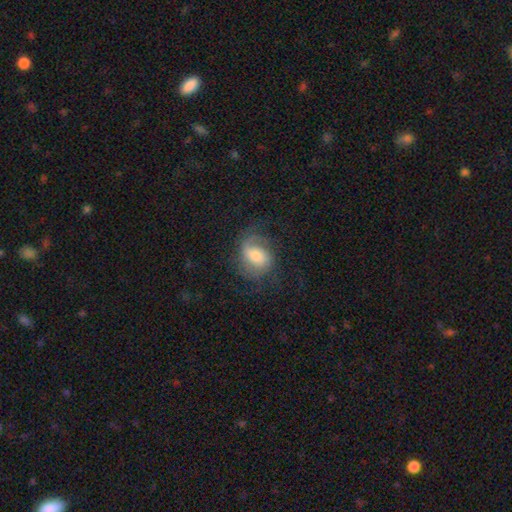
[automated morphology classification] A featured or disk galaxy (61%) with a weak bar (46%), 2 (52%) medium (43%) spiral arms (90%) and a moderate central bulge (52%).

Vote fractions:
- Smooth or featured? featured or disk: 61% / smooth: 30% / star or artifact: 8%
- Edge-on disk? no: 97% / yes: 3%
- Bar? weak: 46% / no: 38% / strong: 16%
- Spiral arms? yes: 90% / no: 10%
- Spiral winding? medium: 43% / loose: 34% / tight: 22%
- Spiral arm count? 2: 52% / 1: 27% / can't tell: 12% / 3: 5% / 4: 2% / more than 4: 2%
- Bulge size? moderate: 52% / small: 24% / large: 18% / none: 4% / dominant: 3%
- Merging? none: 61% / minor disturbance: 20% / major disturbance: 18% / merger: 1%